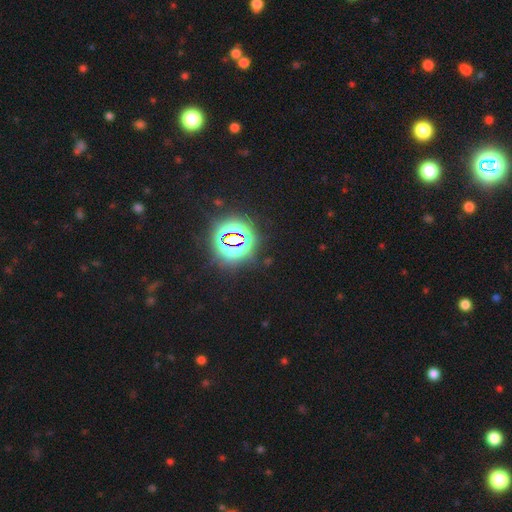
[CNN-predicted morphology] The model was most divided on "smooth or featured": star or artifact: 80%, smooth: 13%, featured or disk: 7%.